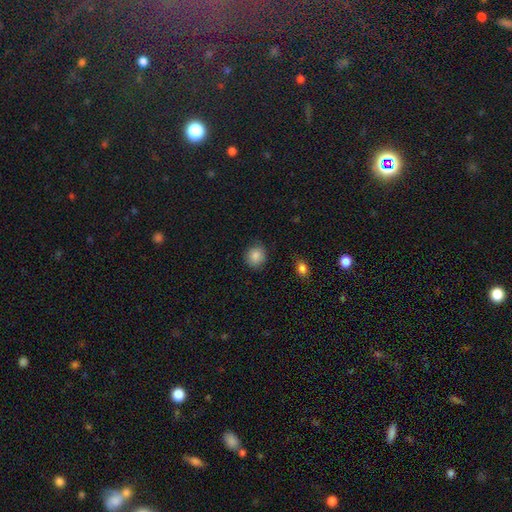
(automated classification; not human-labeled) The model was most divided on "how rounded": round: 82%, in between: 17%, cigar-shaped: 1%. More confident: smooth or featured — smooth (86%); merging — none (83%).